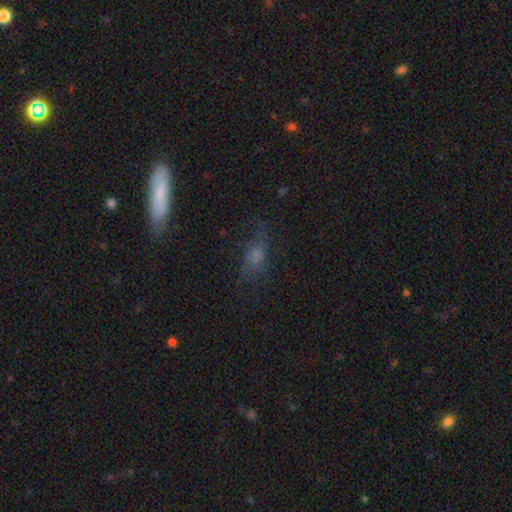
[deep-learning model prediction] smooth_or_featured: smooth (p=0.51) [alt: featured or disk p=0.27]
how_rounded: in between (p=0.58) [alt: cigar-shaped p=0.23]
merging: none (p=0.61) [alt: minor disturbance p=0.21]